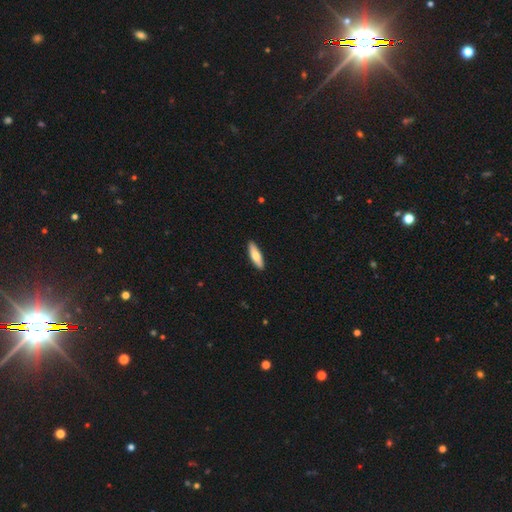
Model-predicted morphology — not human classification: type=smooth (69%); roundness=cigar-shaped (60%); merging=none (90%).